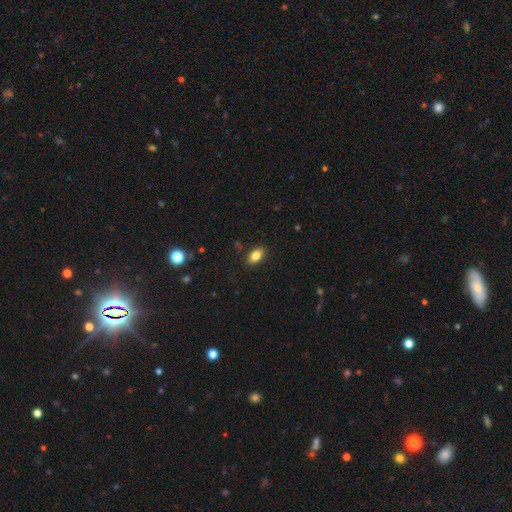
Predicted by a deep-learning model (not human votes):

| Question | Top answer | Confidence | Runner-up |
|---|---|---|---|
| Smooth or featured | smooth | 83% | star or artifact (9%) |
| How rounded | in between | 89% | round (7%) |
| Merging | none | 87% | minor disturbance (10%) |